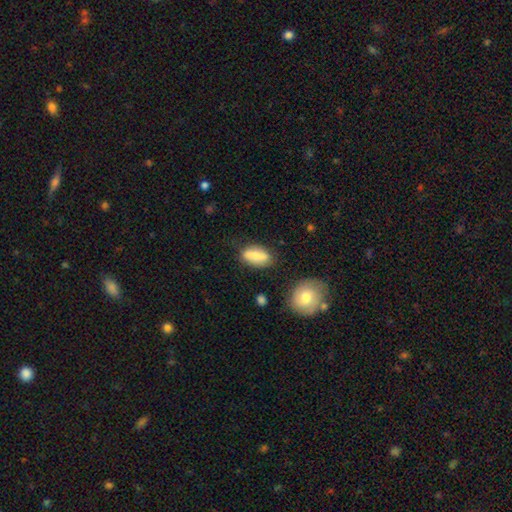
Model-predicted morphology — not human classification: Smooth or featured? smooth (72%)
How rounded? in between (83%)
Merging? none (73%)